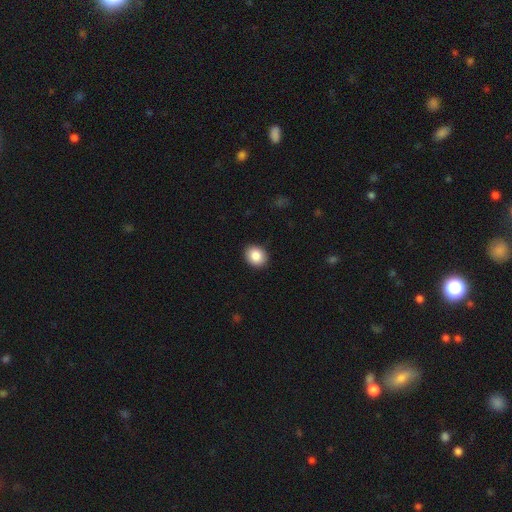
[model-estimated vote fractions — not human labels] smooth 87%, star or artifact 8%, featured or disk 5%. Down the decision tree: how rounded — round (56%); merging — none (91%).